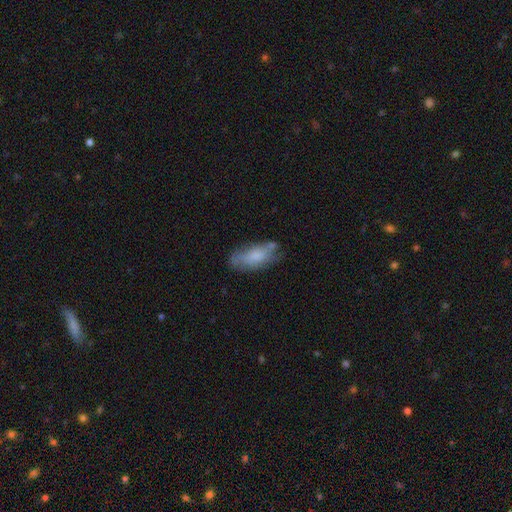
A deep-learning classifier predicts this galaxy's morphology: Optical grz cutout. It shows a smooth galaxy with no disk features (67%) that is in between round and cigar-shaped (80%). Merging: none (54%).